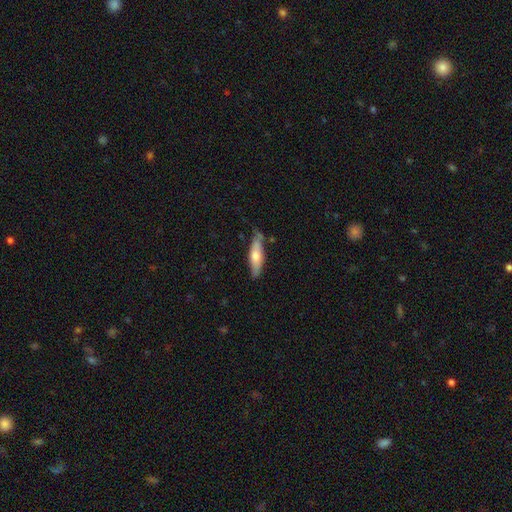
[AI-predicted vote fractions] Q: Smooth or featured?
A: smooth (60%); runner-up: featured or disk (35%)
Q: How rounded?
A: cigar-shaped (63%); runner-up: in between (35%)
Q: Merging?
A: none (68%); runner-up: minor disturbance (23%)